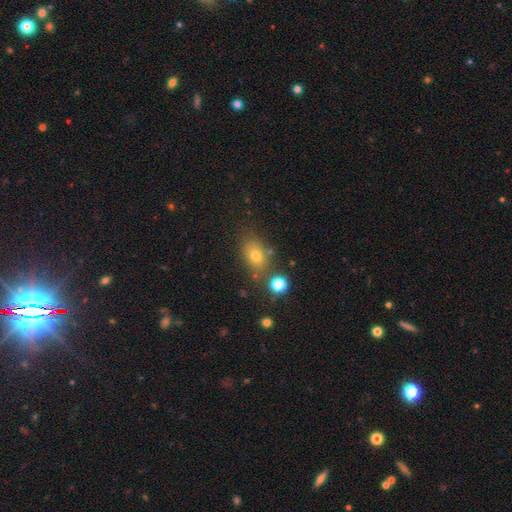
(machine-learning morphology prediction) type=smooth (72%); roundness=in between (71%); merging=none (70%).